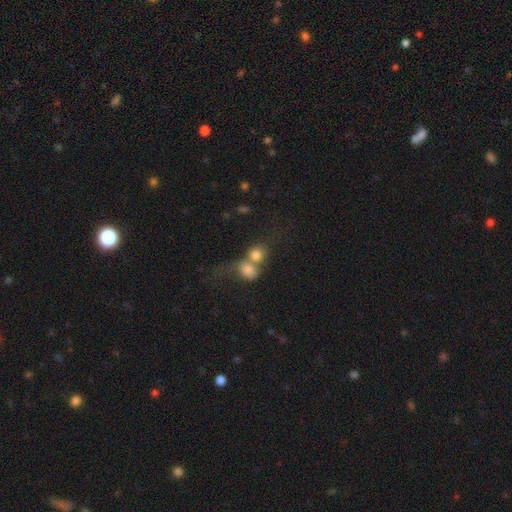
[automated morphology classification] This is likely a smooth galaxy (76%). How rounded: likely round (66%). Merging: likely merger (70%).